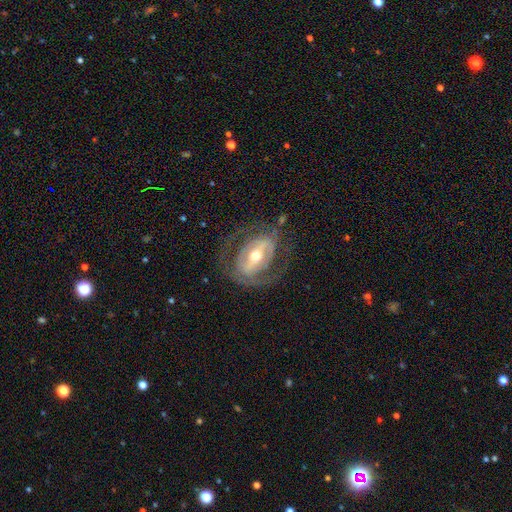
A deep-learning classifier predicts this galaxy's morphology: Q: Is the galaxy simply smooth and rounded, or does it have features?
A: featured or disk — 81%.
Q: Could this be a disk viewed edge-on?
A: no — 94%.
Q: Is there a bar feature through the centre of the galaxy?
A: strong — 54%.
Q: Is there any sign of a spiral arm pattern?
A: yes — 65%.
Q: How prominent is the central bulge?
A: moderate — 66%.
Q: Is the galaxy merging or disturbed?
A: none — 68%.